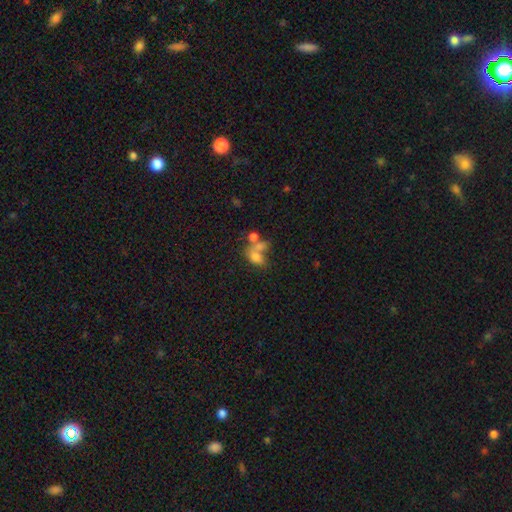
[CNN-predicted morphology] A smooth galaxy with no disk features (70%) that is in between round and cigar-shaped (81%). Merging: merger (53%).